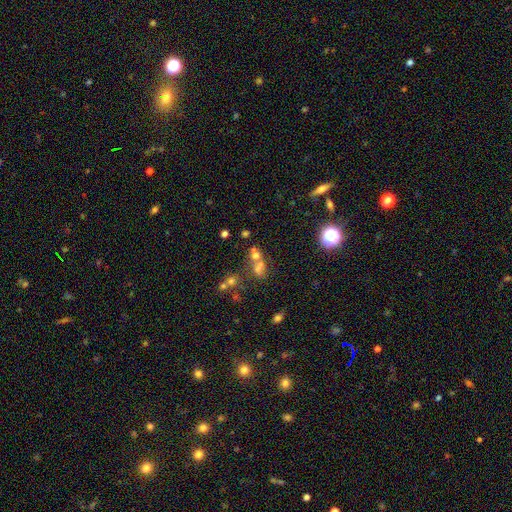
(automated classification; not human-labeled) A smooth galaxy with no disk features (54%) that is round (65%). Merging: merger (52%).